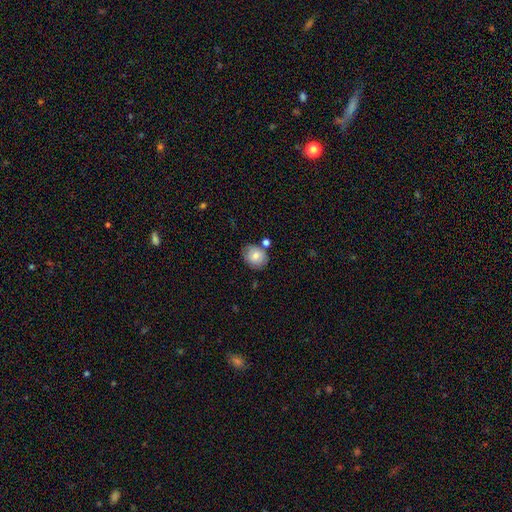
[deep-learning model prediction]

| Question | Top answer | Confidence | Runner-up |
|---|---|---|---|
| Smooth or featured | smooth | 78% | featured or disk (14%) |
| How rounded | round | 62% | in between (37%) |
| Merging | none | 69% | minor disturbance (16%) |